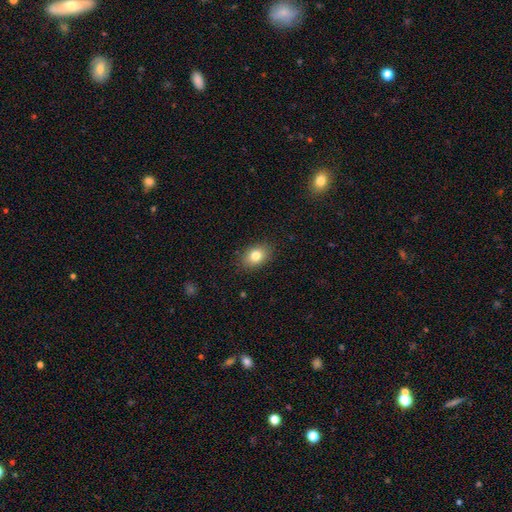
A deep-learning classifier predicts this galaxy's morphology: Smooth or featured?
  - smooth: 81% *
  - featured or disk: 10%
  - star or artifact: 9%
How rounded?
  - in between: 74% *
  - round: 24%
  - cigar-shaped: 1%
Merging?
  - none: 87% *
  - minor disturbance: 9%
  - major disturbance: 2%
  - merger: 1%